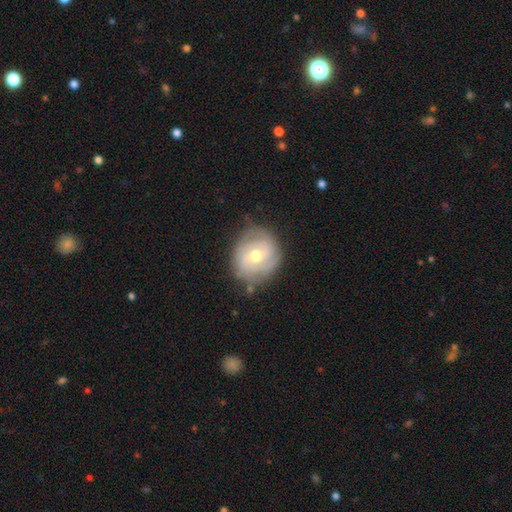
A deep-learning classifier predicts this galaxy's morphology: A featured or disk galaxy (75%) with no bar (59%), 2 (37%) tight (67%) spiral arms (85%) and a moderate central bulge (74%). Merging: none (74%).